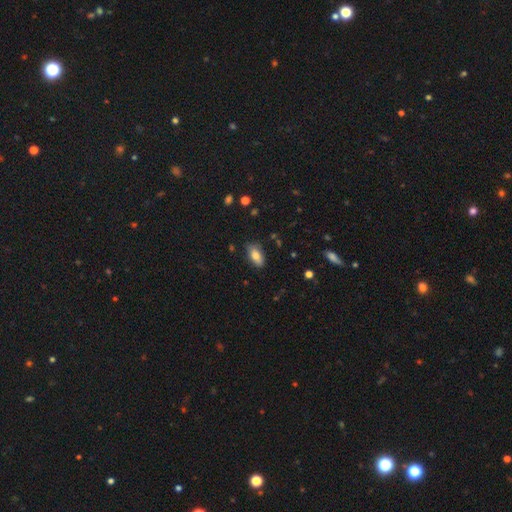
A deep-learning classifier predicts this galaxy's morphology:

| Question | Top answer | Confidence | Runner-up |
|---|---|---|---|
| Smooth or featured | smooth | 77% | featured or disk (15%) |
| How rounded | in between | 89% | cigar-shaped (7%) |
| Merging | none | 79% | minor disturbance (17%) |